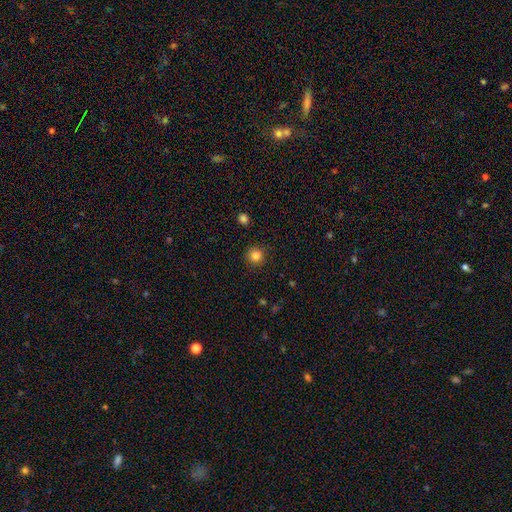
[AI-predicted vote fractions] Overall: smooth (84%). How rounded: round (94%). Merging: none (90%).